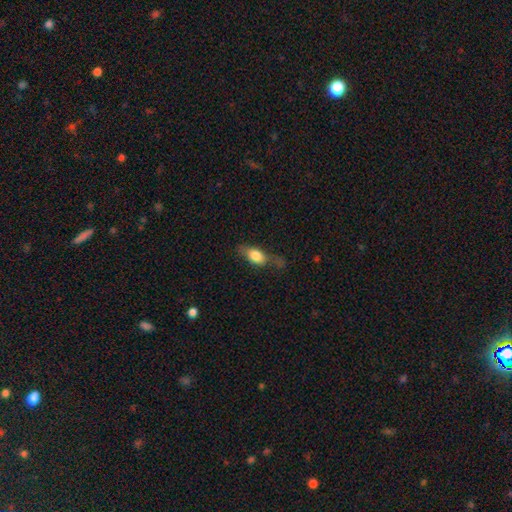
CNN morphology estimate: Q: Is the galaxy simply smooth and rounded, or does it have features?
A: smooth — 72%.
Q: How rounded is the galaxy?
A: in between — 77%.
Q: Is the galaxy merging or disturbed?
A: none — 51%.